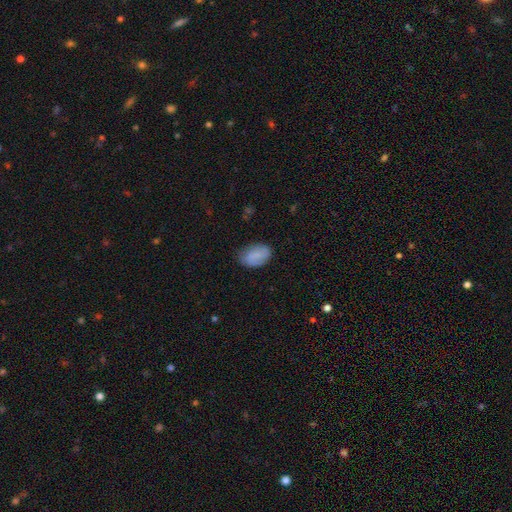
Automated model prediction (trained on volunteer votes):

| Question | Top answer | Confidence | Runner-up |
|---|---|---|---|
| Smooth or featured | smooth | 76% | featured or disk (17%) |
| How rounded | in between | 91% | round (8%) |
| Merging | none | 73% | minor disturbance (21%) |